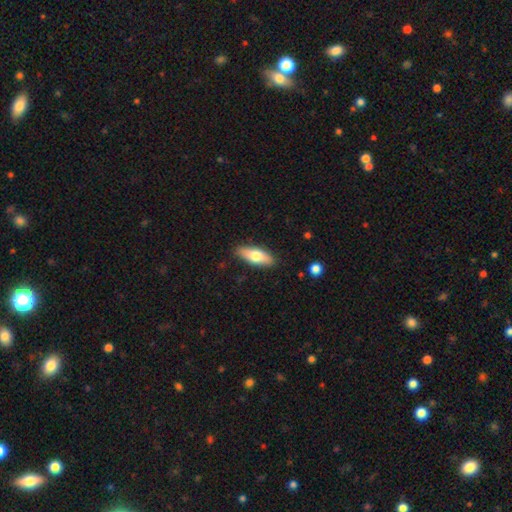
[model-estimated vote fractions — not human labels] Smooth or featured? Predicted: smooth (p=0.67). How rounded? Predicted: in between (p=0.67). Merging? Predicted: none (p=0.87).